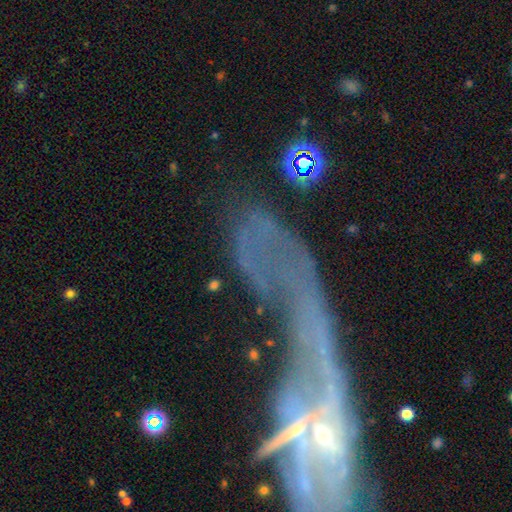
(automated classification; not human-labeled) featured or disk 52%, smooth 24%, star or artifact 24%. Down the decision tree: edge-on disk — no (70%); merging — none (31%).